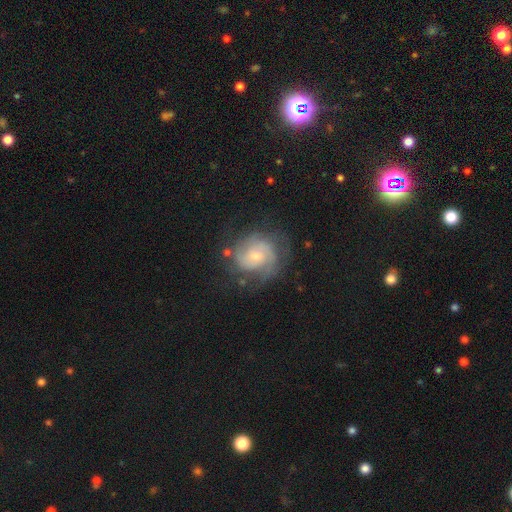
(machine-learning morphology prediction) Smooth or featured: featured or disk — 75% (smooth — 18%)
Edge-on disk: no — 98% (yes — 2%)
Bar: no — 65% (weak — 31%)
Spiral arms: yes — 91% (no — 9%)
Spiral winding: tight — 47% (medium — 39%)
Spiral arm count: 2 — 41% (can't tell — 28%)
Bulge size: small — 55% (moderate — 38%)
Merging: none — 62% (minor disturbance — 21%)